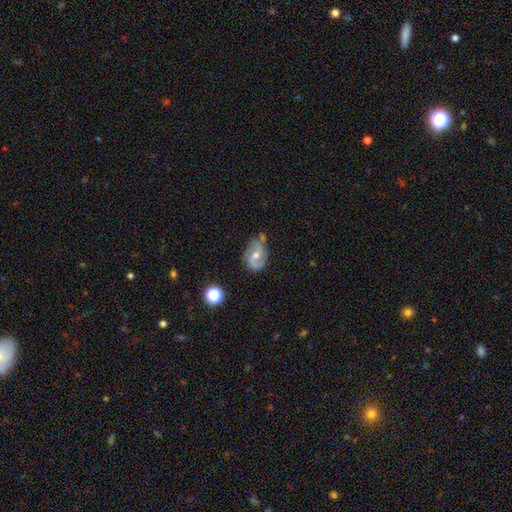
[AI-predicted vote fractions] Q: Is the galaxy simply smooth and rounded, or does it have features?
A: featured or disk — 68%.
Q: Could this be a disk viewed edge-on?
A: no — 96%.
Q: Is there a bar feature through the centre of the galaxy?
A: no — 52%.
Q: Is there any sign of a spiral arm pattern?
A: yes — 86%.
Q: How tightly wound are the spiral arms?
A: medium — 45%.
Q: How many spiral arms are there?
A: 2 — 78%.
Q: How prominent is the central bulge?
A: moderate — 63%.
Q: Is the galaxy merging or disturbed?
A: none — 62%.